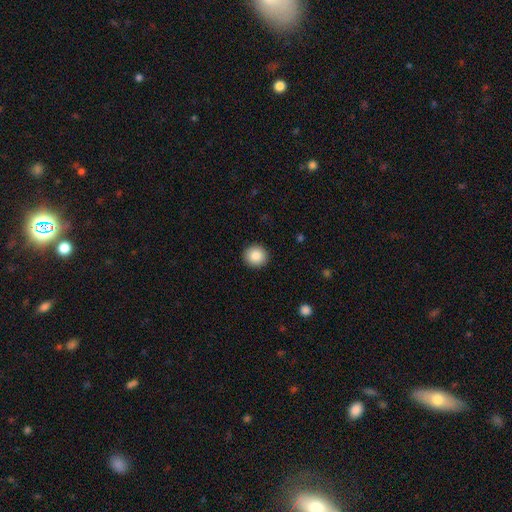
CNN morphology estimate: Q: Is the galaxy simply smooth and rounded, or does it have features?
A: smooth — 87%.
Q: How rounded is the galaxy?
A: round — 91%.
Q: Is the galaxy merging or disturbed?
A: none — 92%.